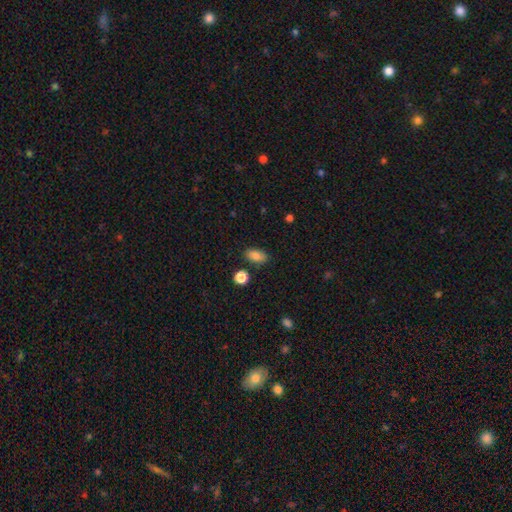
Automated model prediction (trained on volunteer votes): Smooth or featured? smooth (85%)
How rounded? in between (89%)
Merging? none (83%)